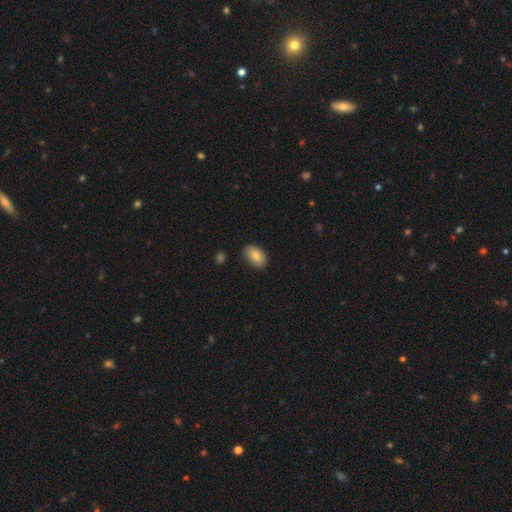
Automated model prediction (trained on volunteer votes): Overall: smooth (80%). How rounded: in between (91%). Merging: none (86%).